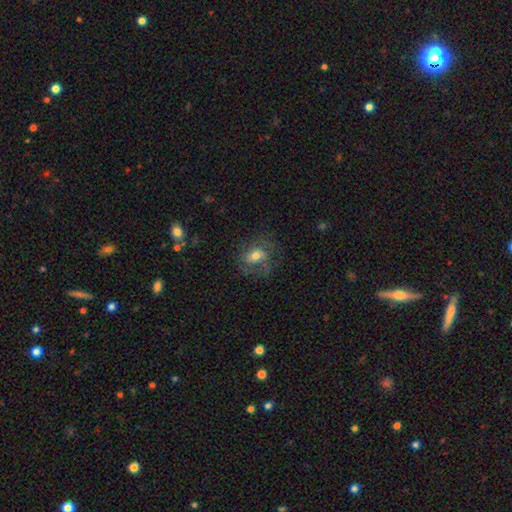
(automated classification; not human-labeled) A featured or disk galaxy (51%). Merging: none (63%).